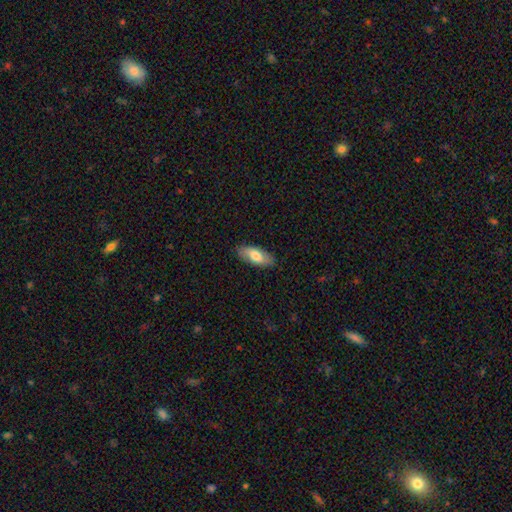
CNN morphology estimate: A smooth galaxy with no disk features (72%) that is in between round and cigar-shaped (83%). Merging: none (86%).